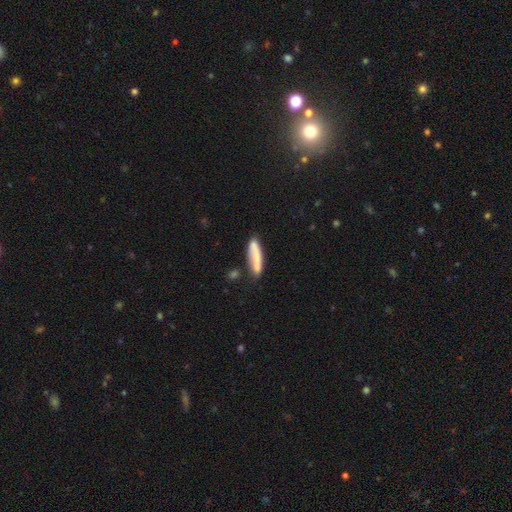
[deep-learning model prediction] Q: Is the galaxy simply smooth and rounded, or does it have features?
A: smooth — 71%.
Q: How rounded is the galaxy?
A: cigar-shaped — 81%.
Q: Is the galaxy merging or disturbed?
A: none — 66%.